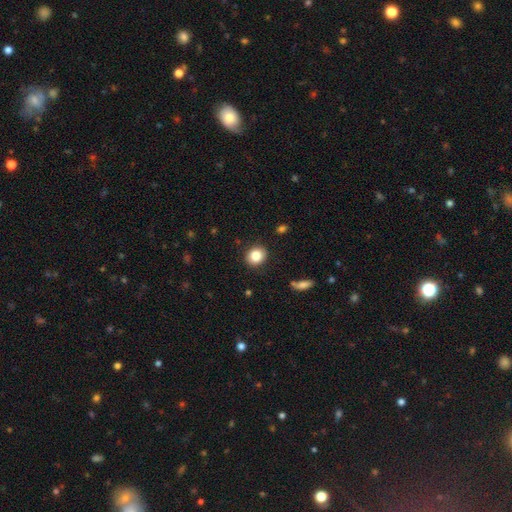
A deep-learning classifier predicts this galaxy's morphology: type=smooth (84%); roundness=round (70%); merging=none (89%).